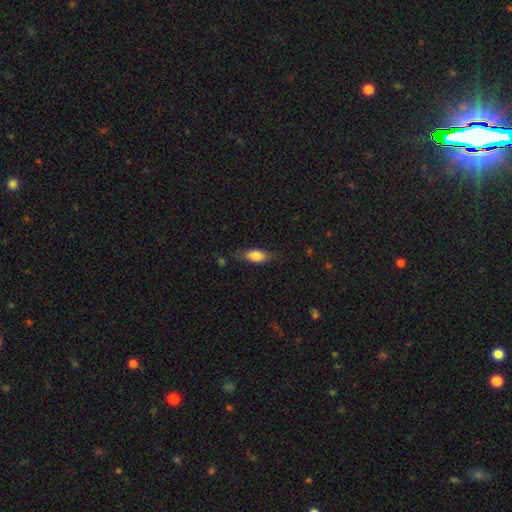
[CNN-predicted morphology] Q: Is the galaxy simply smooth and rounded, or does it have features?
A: smooth — 78%.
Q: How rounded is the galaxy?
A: in between — 77%.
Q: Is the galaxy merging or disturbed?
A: none — 73%.